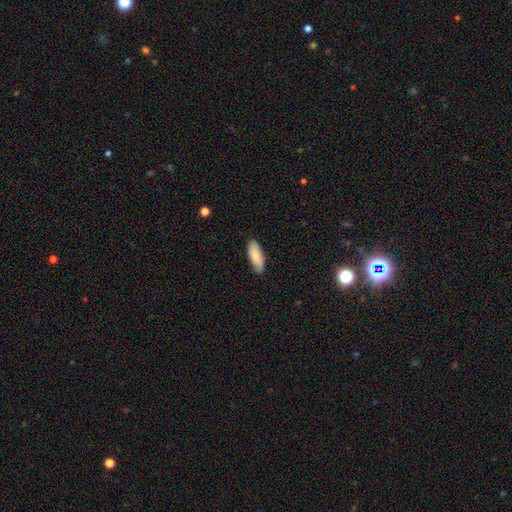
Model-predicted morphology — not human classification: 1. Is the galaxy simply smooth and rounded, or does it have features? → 78% smooth, 16% featured or disk, 6% star or artifact.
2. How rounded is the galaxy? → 75% in between, 23% cigar-shaped, 2% round.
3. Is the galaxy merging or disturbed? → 82% none, 14% minor disturbance, 2% major disturbance, 1% merger.